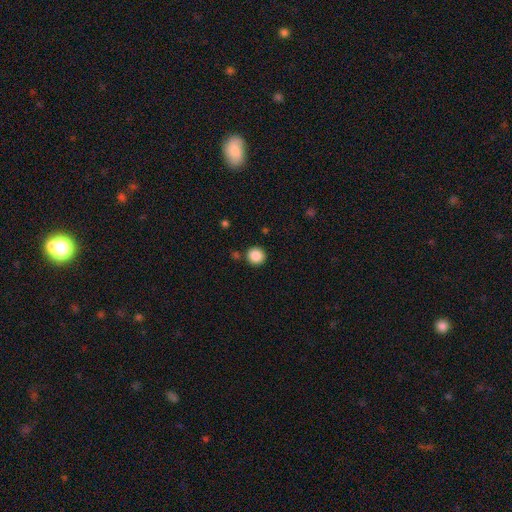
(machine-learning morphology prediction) The model was most divided on "smooth or featured": smooth: 87%, star or artifact: 9%, featured or disk: 4%. More confident: how rounded — round (94%); merging — none (88%).